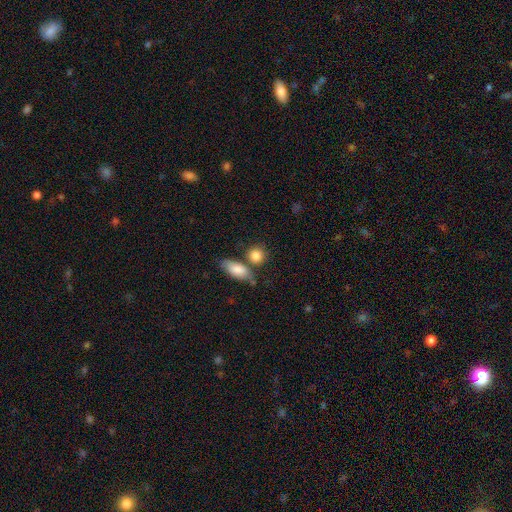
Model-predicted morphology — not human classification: This is clearly a smooth galaxy (85%). How rounded: likely round (62%). Merging: likely none (61%).